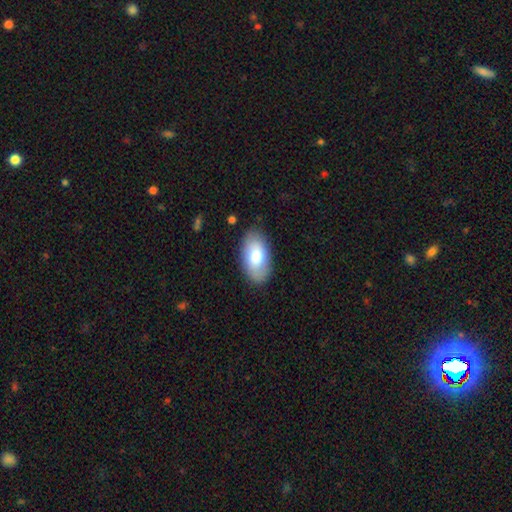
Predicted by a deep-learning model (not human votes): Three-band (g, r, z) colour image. It shows a smooth galaxy with no disk features (75%) that is in between round and cigar-shaped (94%). Merging: none (85%).